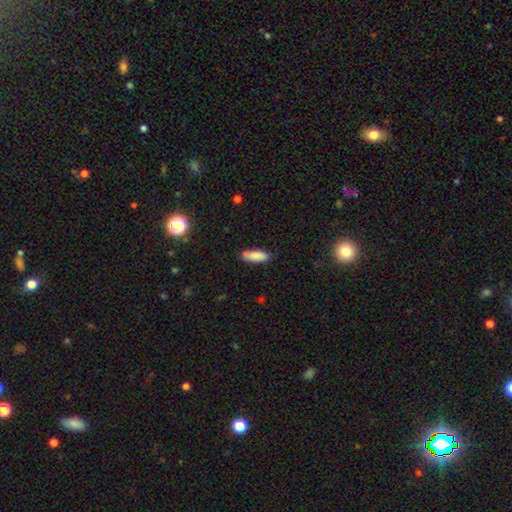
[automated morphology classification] A smooth galaxy with no disk features (86%) that is in between round and cigar-shaped (67%). Merging: none (81%).